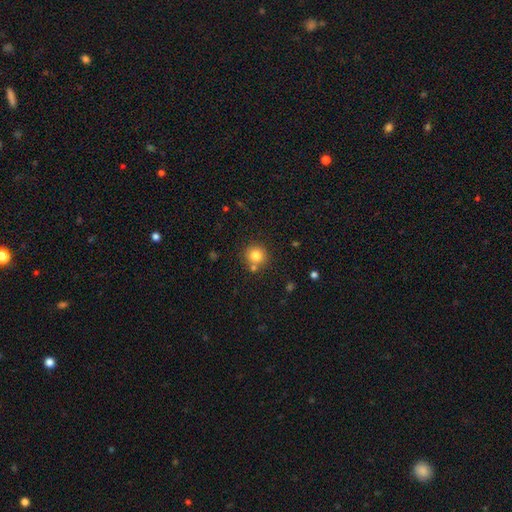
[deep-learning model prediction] This is clearly a smooth galaxy (80%). How rounded: clearly round (93%). Merging: likely none (76%).